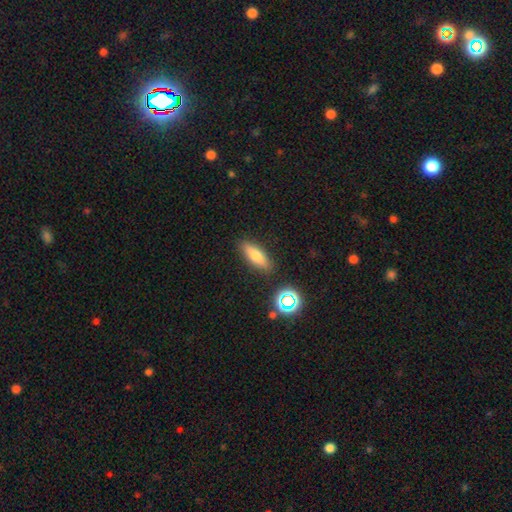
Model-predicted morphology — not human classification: smooth_or_featured: smooth (p=0.69) [alt: featured or disk p=0.21]
how_rounded: in between (p=0.53) [alt: cigar-shaped p=0.43]
merging: none (p=0.86) [alt: minor disturbance p=0.09]